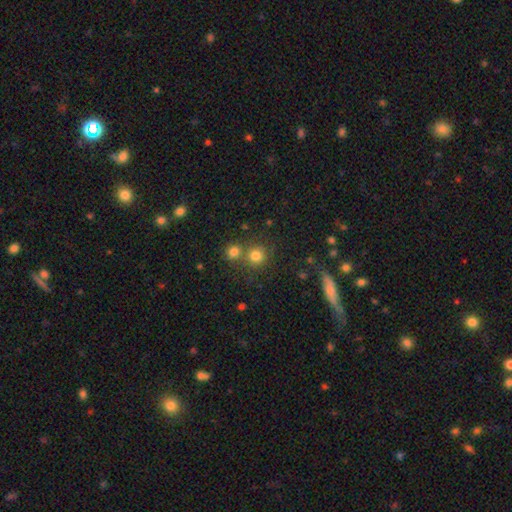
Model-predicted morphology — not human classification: This is likely a smooth galaxy (78%). How rounded: clearly round (90%). Merging: likely none (63%).